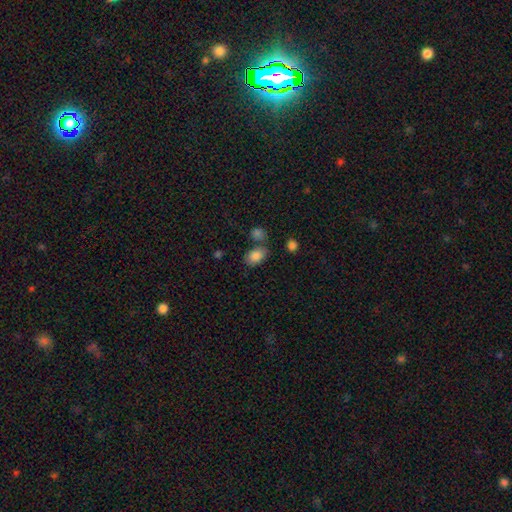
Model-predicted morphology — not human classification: smooth-or-featured: smooth: 85% | star or artifact: 9% | featured or disk: 7%
  how-rounded: in between: 83% | round: 16% | cigar-shaped: 1%
  merging: none: 64% | merger: 17% | minor disturbance: 14% | major disturbance: 5%